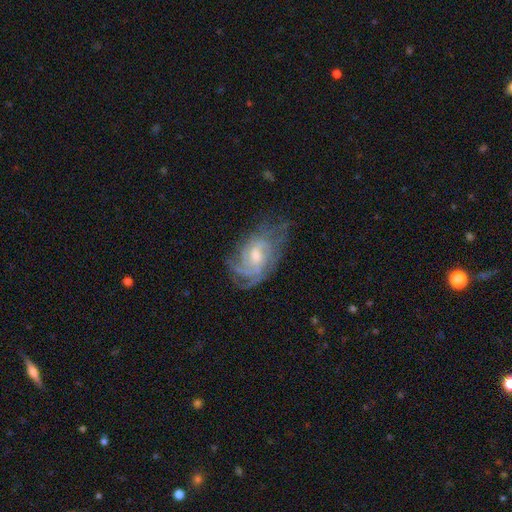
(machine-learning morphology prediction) Smooth or featured?
  - featured or disk: 83% *
  - smooth: 10%
  - star or artifact: 7%
Edge-on disk?
  - no: 96% *
  - yes: 4%
Bar?
  - no: 48% *
  - weak: 45%
  - strong: 7%
Spiral arms?
  - yes: 95% *
  - no: 5%
Spiral winding?
  - tight: 56% *
  - medium: 35%
  - loose: 10%
Spiral arm count?
  - can't tell: 37% *
  - 4: 19%
  - 3: 19%
  - 2: 13%
  - more than 4: 7%
  - 1: 5%
Bulge size?
  - moderate: 57% *
  - small: 32%
  - large: 5%
  - none: 5%
  - dominant: 1%
Merging?
  - none: 61% *
  - minor disturbance: 23%
  - major disturbance: 14%
  - merger: 2%